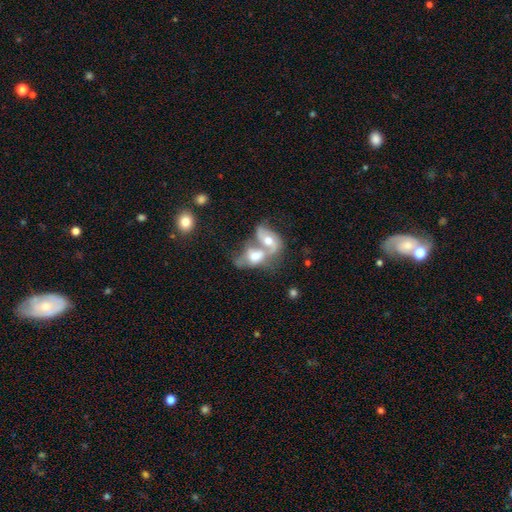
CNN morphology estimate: smooth-or-featured: featured or disk: 51% | smooth: 41% | star or artifact: 8%
  disk-edge-on: no: 93% | yes: 7%
  merging: merger: 79% | none: 9% | major disturbance: 7% | minor disturbance: 5%